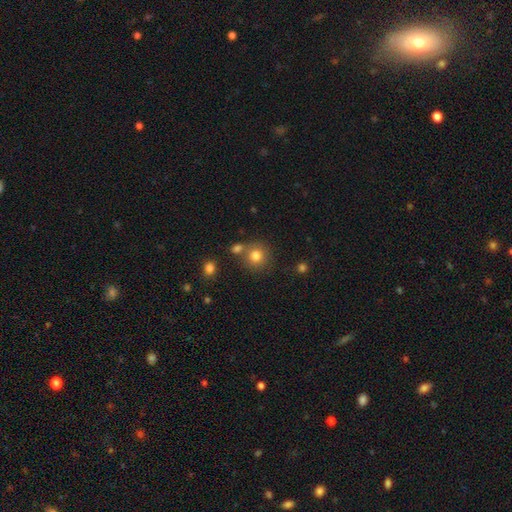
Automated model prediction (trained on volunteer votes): This is likely a smooth galaxy (79%). How rounded: clearly round (90%). Merging: likely none (69%).